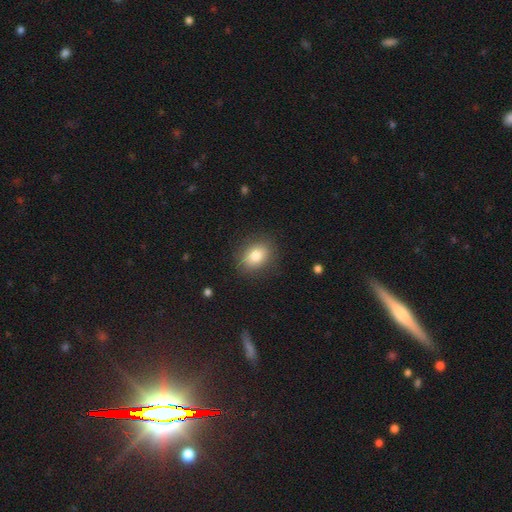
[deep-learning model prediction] A smooth galaxy with no disk features (81%) that is in between round and cigar-shaped (62%).

Vote fractions:
- Smooth or featured? smooth: 81% / featured or disk: 10% / star or artifact: 9%
- How rounded? in between: 62% / round: 37% / cigar-shaped: 1%
- Merging? none: 86% / minor disturbance: 10% / major disturbance: 3% / merger: 1%